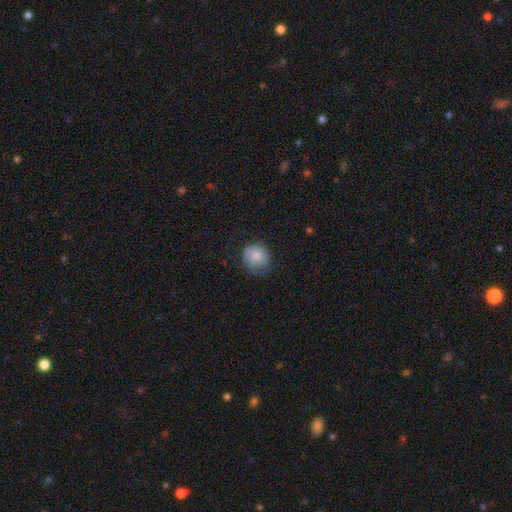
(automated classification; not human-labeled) Overall: smooth (79%). How rounded: round (80%). Merging: none (56%; minor disturbance 31%).